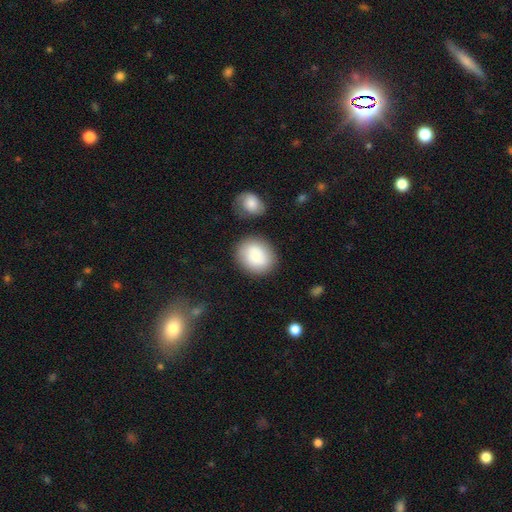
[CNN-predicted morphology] Overall: smooth (83%). How rounded: round (64%; in between 35%). Merging: none (78%).